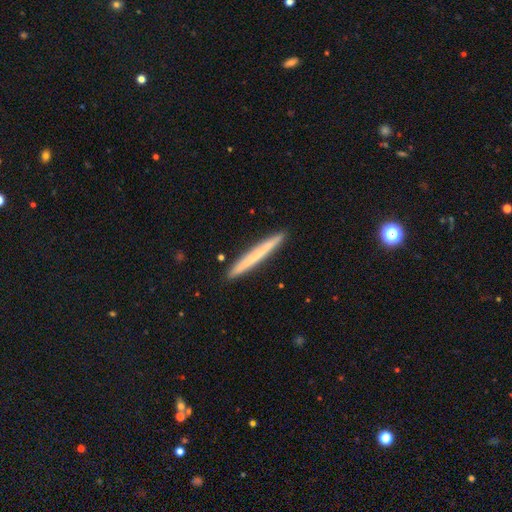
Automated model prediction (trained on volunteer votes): Smooth or featured? smooth (63%)
How rounded? cigar-shaped (97%)
Merging? none (92%)